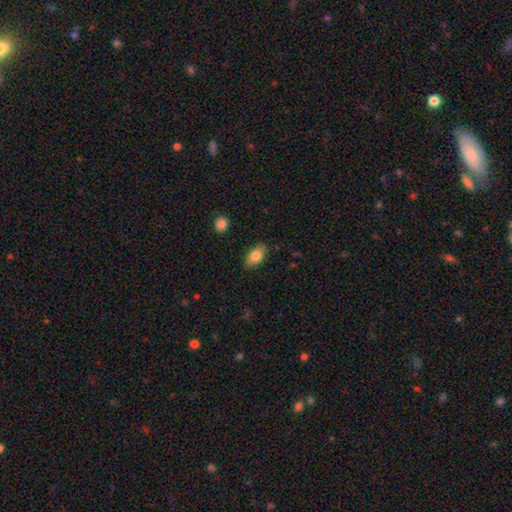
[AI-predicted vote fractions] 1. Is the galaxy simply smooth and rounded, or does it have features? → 82% smooth, 11% featured or disk, 7% star or artifact.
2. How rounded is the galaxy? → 90% in between, 7% round, 3% cigar-shaped.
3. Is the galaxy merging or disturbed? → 86% none, 10% minor disturbance, 2% major disturbance, 1% merger.